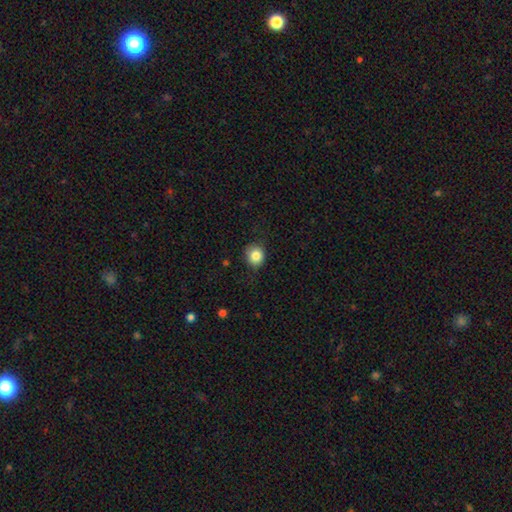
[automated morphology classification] A smooth galaxy with no disk features (84%) that is round (82%). Merging: none (82%).